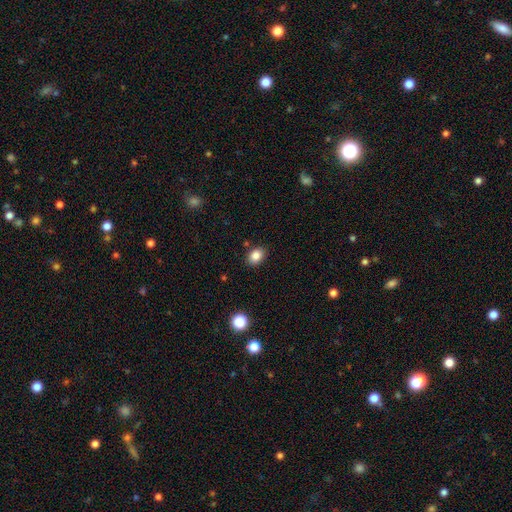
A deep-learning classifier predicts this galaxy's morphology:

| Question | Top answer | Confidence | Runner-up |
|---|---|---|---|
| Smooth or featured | smooth | 85% | star or artifact (10%) |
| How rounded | in between | 69% | round (30%) |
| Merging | none | 85% | minor disturbance (10%) |